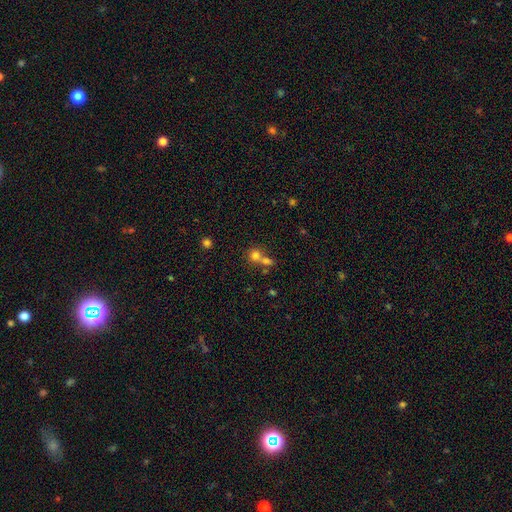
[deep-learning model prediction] A smooth galaxy with no disk features (75%) that is round (82%).

Vote fractions:
- Smooth or featured? smooth: 75% / star or artifact: 15% / featured or disk: 11%
- How rounded? round: 82% / in between: 17% / cigar-shaped: 1%
- Merging? merger: 49% / none: 40% / minor disturbance: 7% / major disturbance: 4%